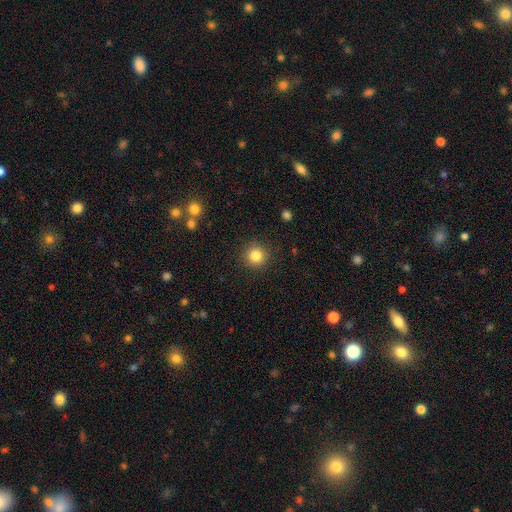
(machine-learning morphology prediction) smooth 83%, star or artifact 11%, featured or disk 6%. Down the decision tree: how rounded — round (94%); merging — none (90%).